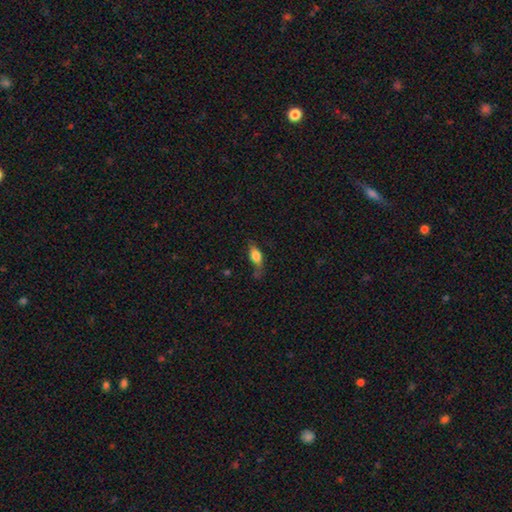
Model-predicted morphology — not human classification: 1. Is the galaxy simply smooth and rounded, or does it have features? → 72% smooth, 20% featured or disk, 8% star or artifact.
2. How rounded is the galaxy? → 76% in between, 19% cigar-shaped, 5% round.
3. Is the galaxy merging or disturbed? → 58% none, 28% minor disturbance, 10% major disturbance, 4% merger.